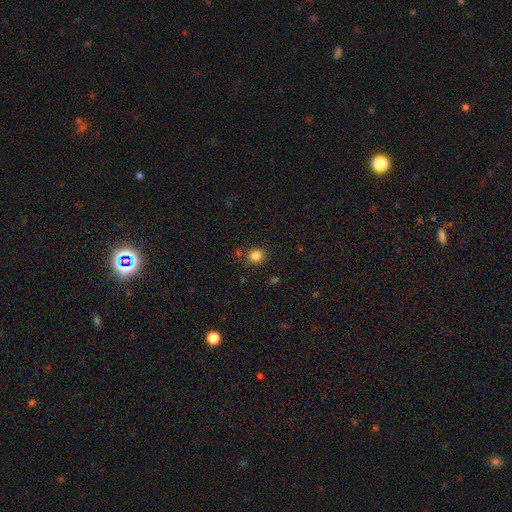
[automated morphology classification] Overall: smooth (84%). How rounded: round (78%). Merging: none (82%).